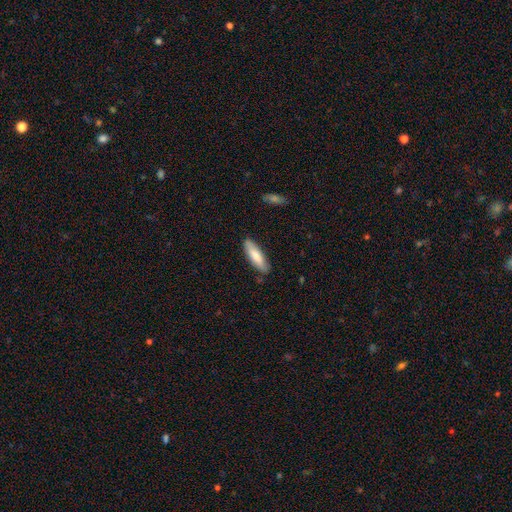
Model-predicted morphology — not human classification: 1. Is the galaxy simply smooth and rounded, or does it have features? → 80% smooth, 14% featured or disk, 5% star or artifact.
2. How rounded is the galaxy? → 60% cigar-shaped, 39% in between, 1% round.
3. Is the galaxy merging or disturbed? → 85% none, 11% minor disturbance, 2% major disturbance, 2% merger.